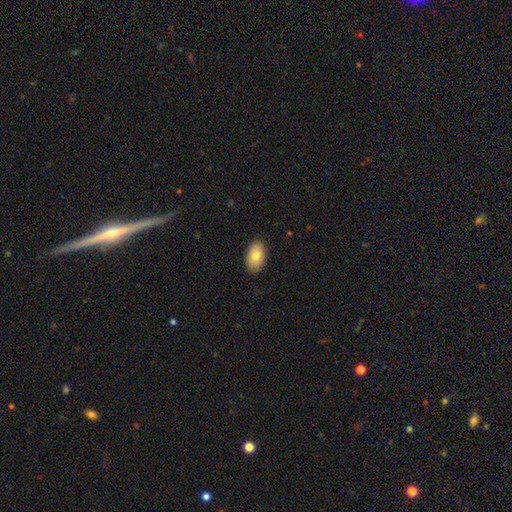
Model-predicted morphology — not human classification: This is clearly a smooth galaxy (80%). How rounded: clearly in between (91%). Merging: clearly none (87%).